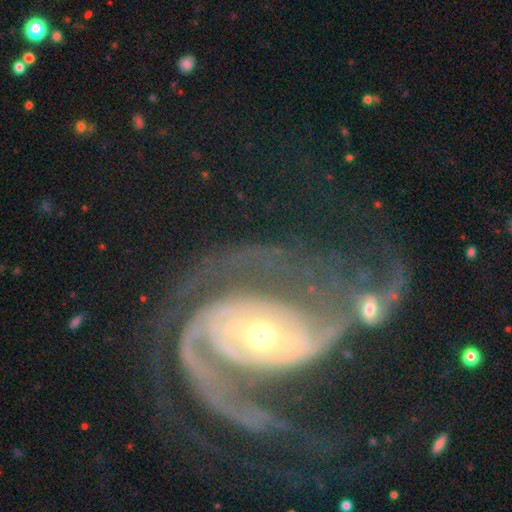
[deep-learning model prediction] featured or disk 90%, star or artifact 6%, smooth 4%. Down the decision tree: edge-on disk — no (97%); bar — weak (36%); spiral arms — yes (97%); spiral arm count — 2 (60%); spiral winding — tight (43%); bulge size — small (51%); merging — major disturbance (38%).